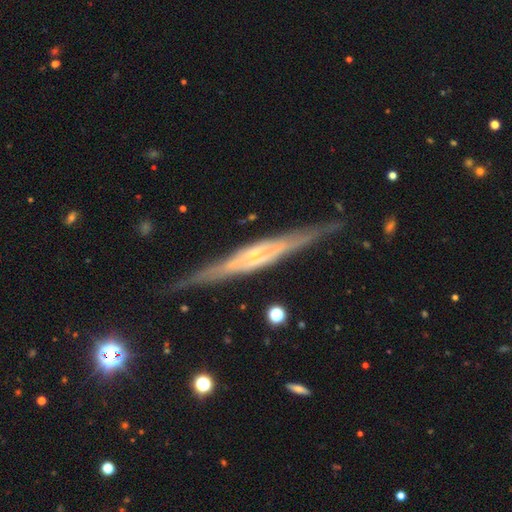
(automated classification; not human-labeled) Overall: featured or disk (83%). Edge-on disk: yes (95%). Edge-on bulge: rounded (50%; boxy 31%). Merging: none (84%).